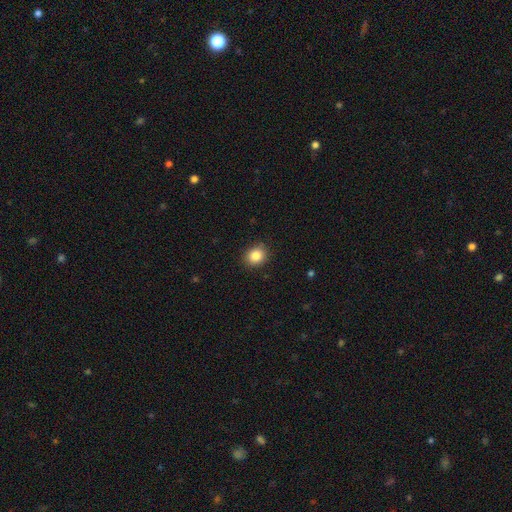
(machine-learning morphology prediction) type=smooth (85%); roundness=round (69%); merging=none (88%).